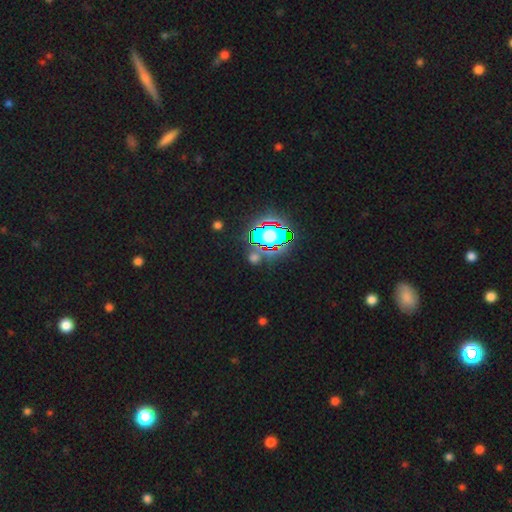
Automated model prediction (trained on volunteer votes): star or artifact 72%, smooth 18%, featured or disk 11%.